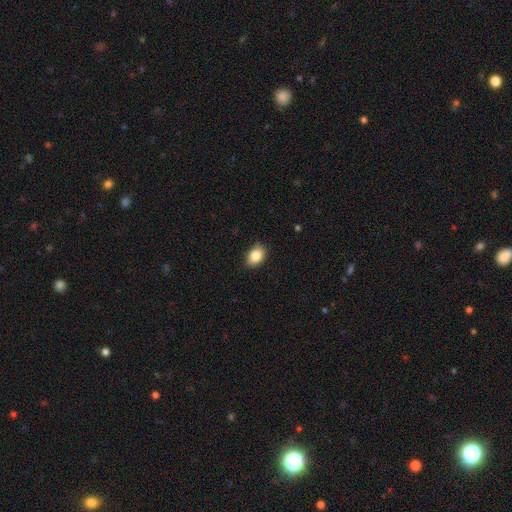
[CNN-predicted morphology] Overall: smooth (86%). How rounded: in between (79%). Merging: none (84%).